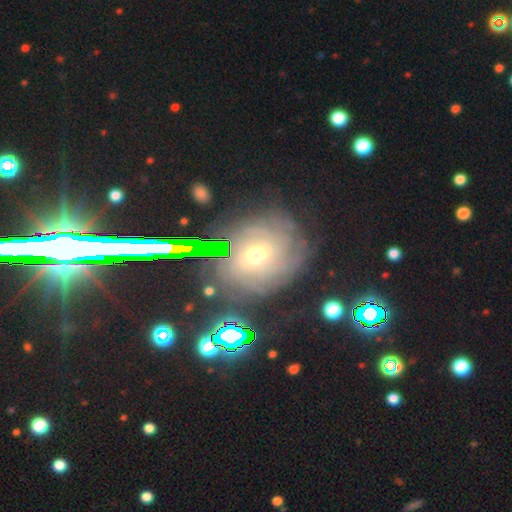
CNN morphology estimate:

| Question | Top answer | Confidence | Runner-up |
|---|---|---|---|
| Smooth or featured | featured or disk | 65% | star or artifact (20%) |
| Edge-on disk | no | 93% | yes (7%) |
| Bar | weak | 51% | no (29%) |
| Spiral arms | yes | 87% | no (13%) |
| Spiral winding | tight | 70% | medium (22%) |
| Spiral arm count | can't tell | 53% | 2 (11%) |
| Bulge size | moderate | 56% | small (37%) |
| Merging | none | 73% | minor disturbance (16%) |